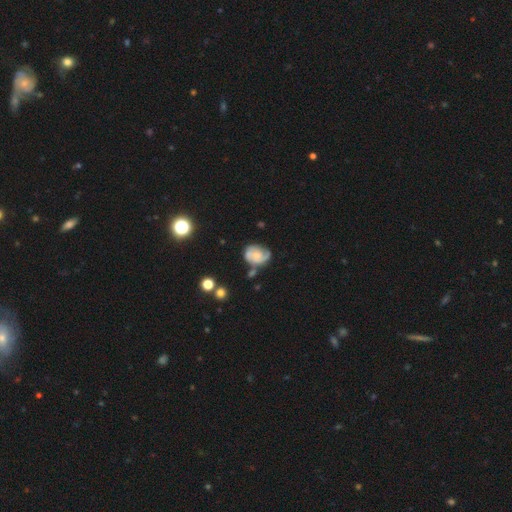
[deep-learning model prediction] smooth-or-featured: featured or disk: 65% | smooth: 27% | star or artifact: 8%
  disk-edge-on: no: 98% | yes: 2%
    bar: no: 72% | weak: 24% | strong: 4%
    has-spiral-arms: yes: 86% | no: 14%
      spiral-winding: tight: 44% | medium: 39% | loose: 16%
      spiral-arm-count: 2: 46% | can't tell: 22% | 3: 16% | 1: 11% | 4: 3% | more than 4: 2%
    bulge-size: small: 41% | moderate: 28% | none: 24% | large: 5% | dominant: 2%
  merging: none: 50% | minor disturbance: 28% | major disturbance: 14% | merger: 9%